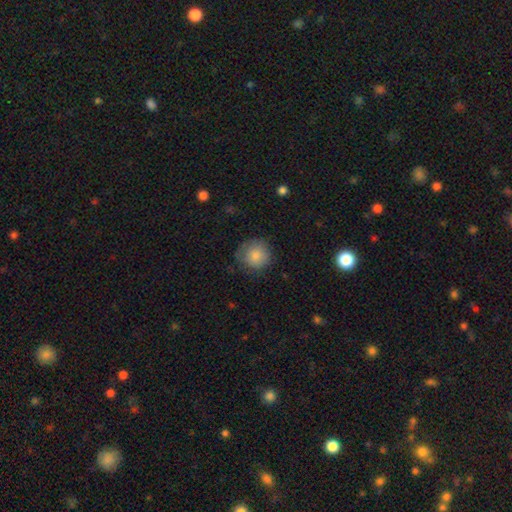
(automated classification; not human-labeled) Smooth or featured? Predicted: smooth (p=0.83). How rounded? Predicted: round (p=0.93). Merging? Predicted: none (p=0.75).